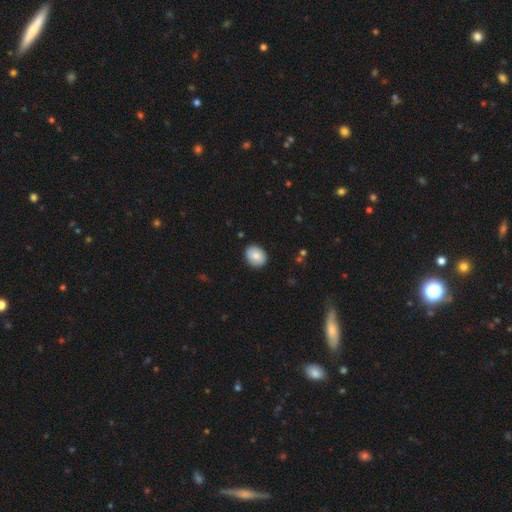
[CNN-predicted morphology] Smooth or featured? Predicted: smooth (p=0.82). How rounded? Predicted: in between (p=0.54). Merging? Predicted: none (p=0.86).